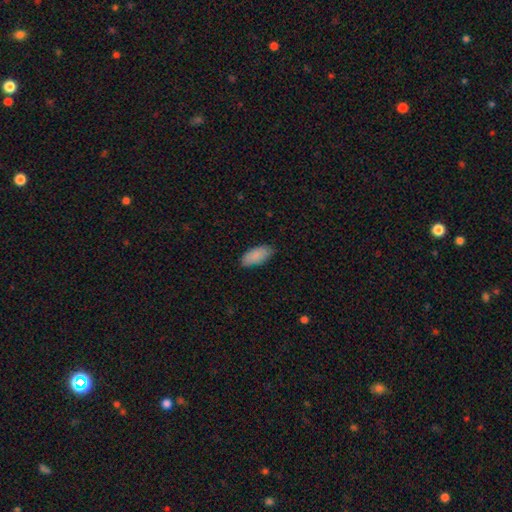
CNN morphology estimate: A smooth galaxy with no disk features (88%) that is in between round and cigar-shaped (91%). Merging: none (80%).